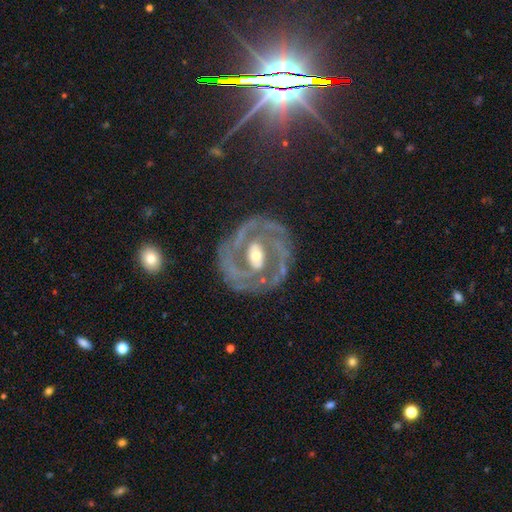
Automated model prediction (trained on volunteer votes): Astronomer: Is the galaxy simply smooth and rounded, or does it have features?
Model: featured or disk — 72%.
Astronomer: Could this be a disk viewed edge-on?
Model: no — 91%.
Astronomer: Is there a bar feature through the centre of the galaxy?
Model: no — 40% (runner-up: strong, 32%).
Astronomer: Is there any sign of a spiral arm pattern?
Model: no — 60% (runner-up: yes, 40%).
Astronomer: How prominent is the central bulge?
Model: moderate — 66%.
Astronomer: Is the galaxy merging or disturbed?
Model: none — 78%.